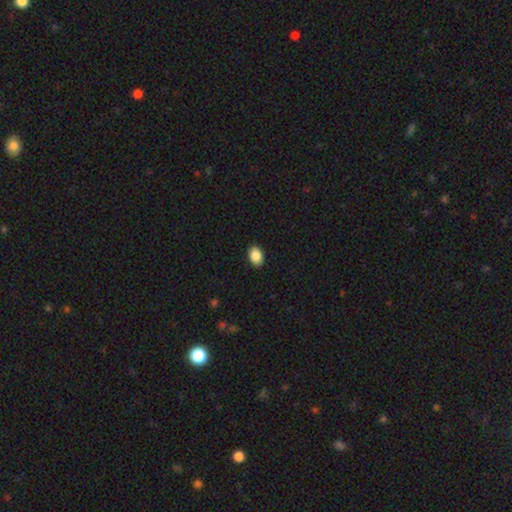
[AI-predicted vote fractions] A smooth galaxy with no disk features (89%) that is in between round and cigar-shaped (82%). Merging: none (90%).